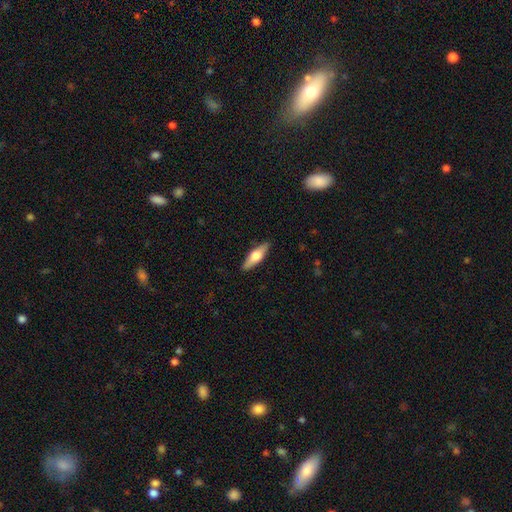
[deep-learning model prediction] A smooth galaxy with no disk features (52%) that is cigar-shaped (50%). Merging: none (88%).